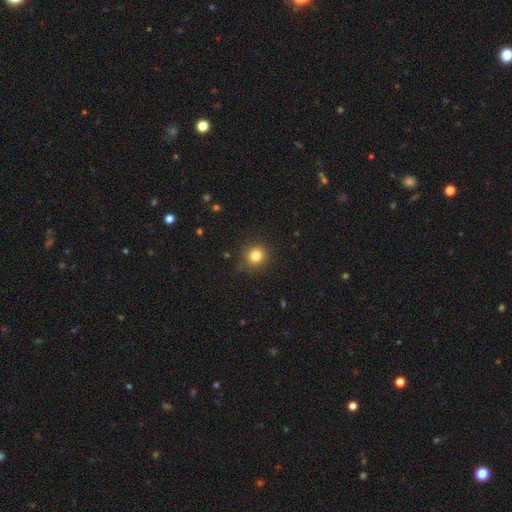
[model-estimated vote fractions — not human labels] A smooth galaxy with no disk features (82%) that is round (90%).

Vote fractions:
- Smooth or featured? smooth: 82% / star or artifact: 12% / featured or disk: 6%
- How rounded? round: 90% / in between: 10% / cigar-shaped: 1%
- Merging? none: 85% / minor disturbance: 11% / major disturbance: 3% / merger: 1%